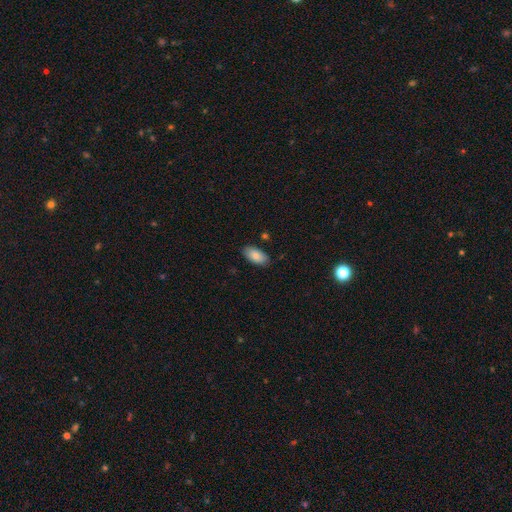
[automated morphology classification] Q: Smooth or featured?
A: smooth (83%); runner-up: featured or disk (10%)
Q: How rounded?
A: in between (94%); runner-up: cigar-shaped (4%)
Q: Merging?
A: none (85%); runner-up: minor disturbance (11%)